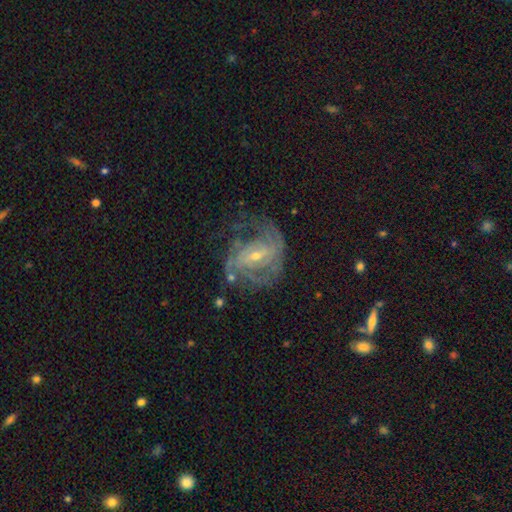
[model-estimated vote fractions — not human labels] This is clearly a featured or disk galaxy (86%). It is clearly not viewed edge-on (97%). Bar: possibly weak (50%). Spiral arm pattern: clearly yes (94%). Spiral arm count: marginally 2 (41%). Spiral winding: marginally medium (44%). Central bulge: likely small (65%). Merging: possibly none (56%).